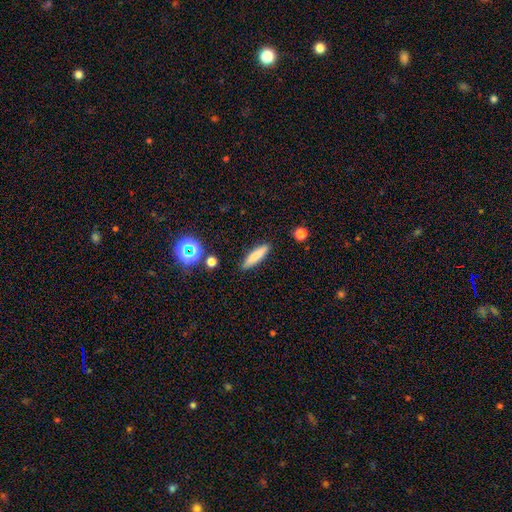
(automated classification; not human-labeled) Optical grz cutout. It shows a smooth galaxy with no disk features (80%) that is cigar-shaped (79%). Merging: none (88%).